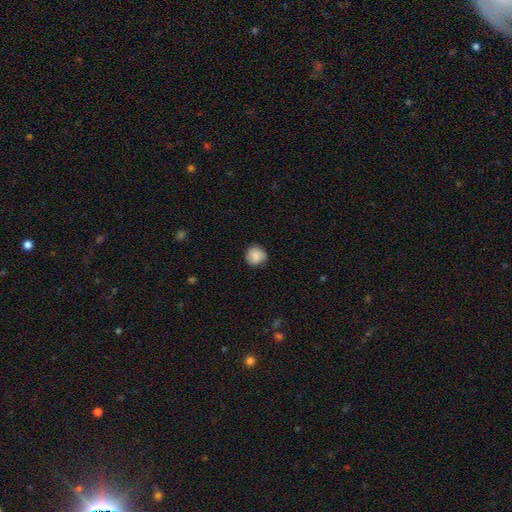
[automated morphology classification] A smooth galaxy with no disk features (85%) that is round (90%).

Vote fractions:
- Smooth or featured? smooth: 85% / star or artifact: 7% / featured or disk: 7%
- How rounded? round: 90% / in between: 9% / cigar-shaped: 1%
- Merging? none: 81% / minor disturbance: 15% / major disturbance: 3% / merger: 1%